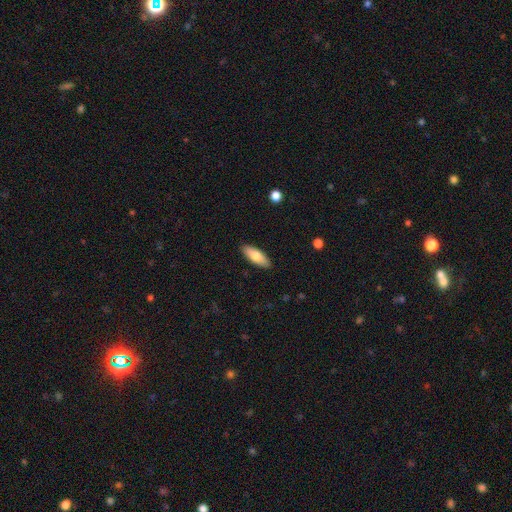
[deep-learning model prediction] This is likely a smooth galaxy (76%). How rounded: likely in between (70%). Merging: clearly none (90%).